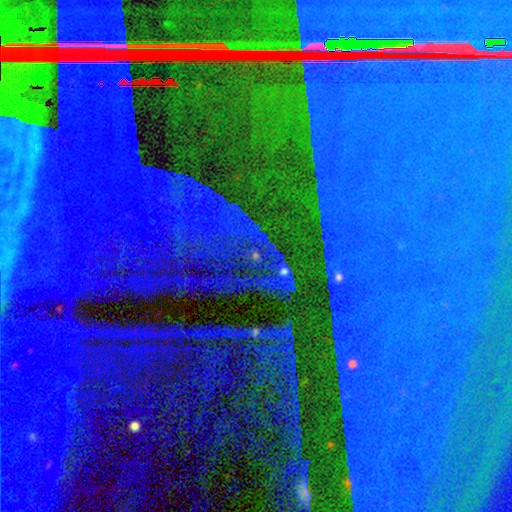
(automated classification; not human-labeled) Smooth or featured? Predicted: star or artifact (p=0.85).